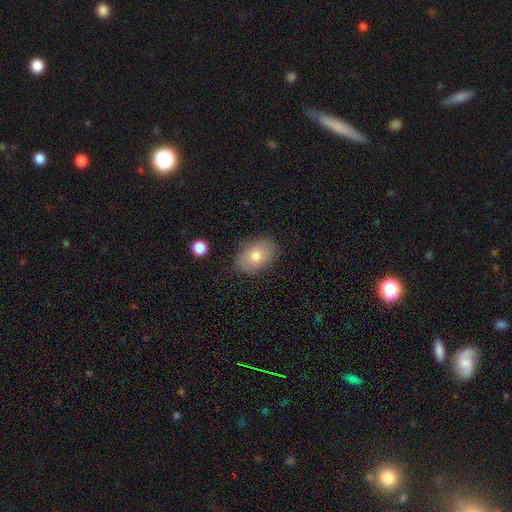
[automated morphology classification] The model was most divided on "smooth or featured": smooth: 77%, featured or disk: 16%, star or artifact: 8%. More confident: how rounded — in between (86%); merging — none (85%).